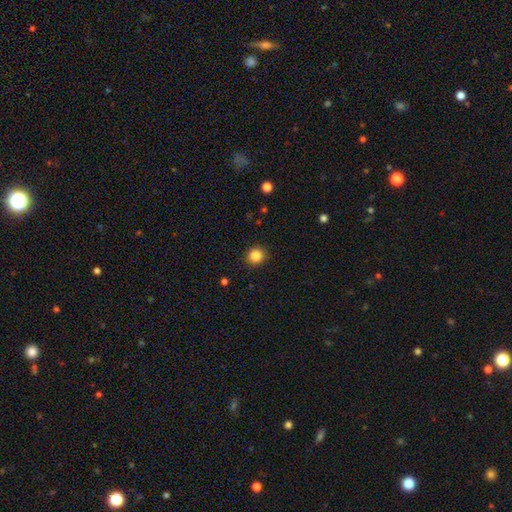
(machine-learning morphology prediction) The model was most divided on "smooth or featured": smooth: 86%, star or artifact: 11%, featured or disk: 3%. More confident: how rounded — round (91%); merging — none (91%).